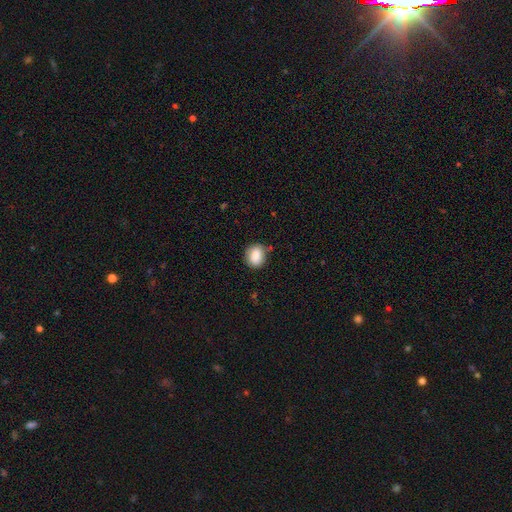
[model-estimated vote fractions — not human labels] A smooth galaxy with no disk features (87%) that is round (58%). Merging: none (78%).